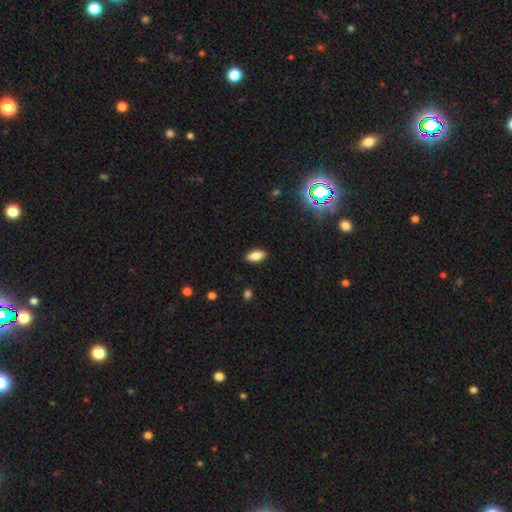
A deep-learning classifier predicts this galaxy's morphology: A smooth galaxy with no disk features (83%) that is in between round and cigar-shaped (87%).

Vote fractions:
- Smooth or featured? smooth: 83% / star or artifact: 9% / featured or disk: 8%
- How rounded? in between: 87% / cigar-shaped: 10% / round: 3%
- Merging? none: 88% / minor disturbance: 9% / major disturbance: 2% / merger: 1%